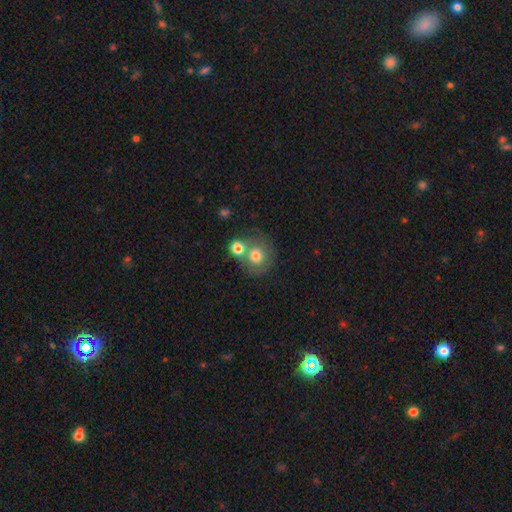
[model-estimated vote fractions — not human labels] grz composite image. It shows a smooth galaxy with no disk features (71%) that is round (84%). Merging: merger (47%).